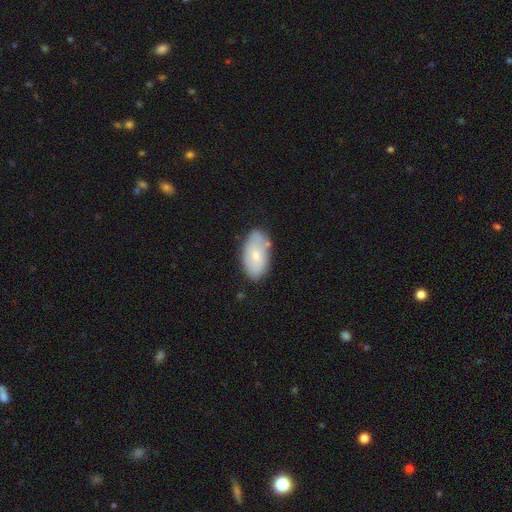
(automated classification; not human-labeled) Q: Smooth or featured?
A: smooth (64%); runner-up: featured or disk (29%)
Q: How rounded?
A: in between (94%); runner-up: round (4%)
Q: Merging?
A: none (71%); runner-up: minor disturbance (19%)